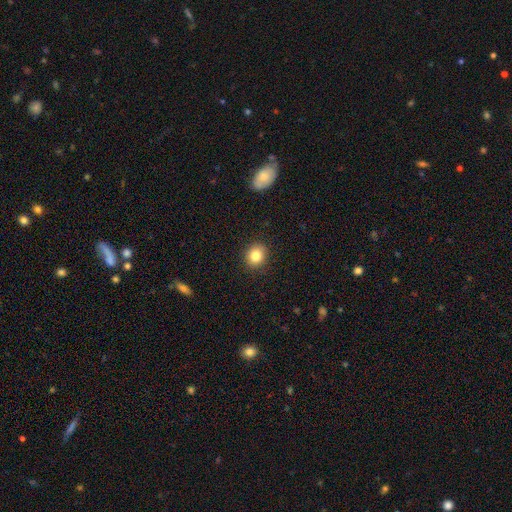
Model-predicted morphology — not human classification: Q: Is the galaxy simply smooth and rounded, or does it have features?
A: smooth — 83%.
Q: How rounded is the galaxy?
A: round — 76%.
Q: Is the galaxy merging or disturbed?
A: none — 90%.